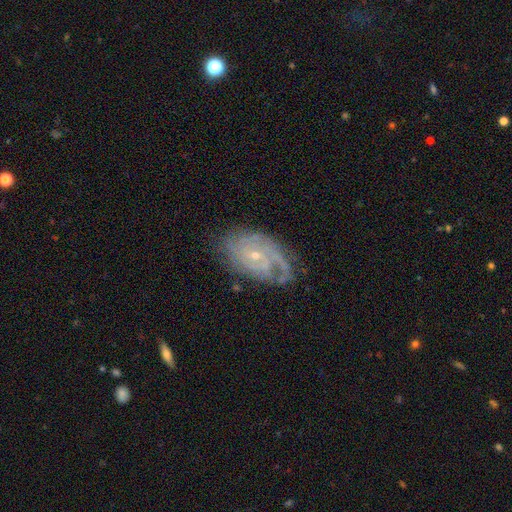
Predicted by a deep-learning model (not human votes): Overall: featured or disk (79%). Edge-on disk: no (95%). Bar: no (71%). Spiral arms: yes (91%). Spiral arm count: can't tell (39%; 2 24%). Spiral winding: tight (61%; medium 29%). Bulge size: small (76%). Merging: none (65%).